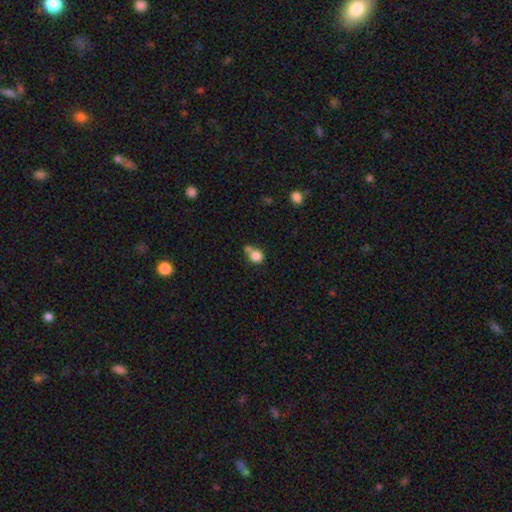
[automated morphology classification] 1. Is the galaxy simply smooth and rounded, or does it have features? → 82% smooth, 11% star or artifact, 7% featured or disk.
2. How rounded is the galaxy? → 87% round, 13% in between, 1% cigar-shaped.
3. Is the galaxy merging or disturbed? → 53% none, 34% merger, 10% minor disturbance, 4% major disturbance.